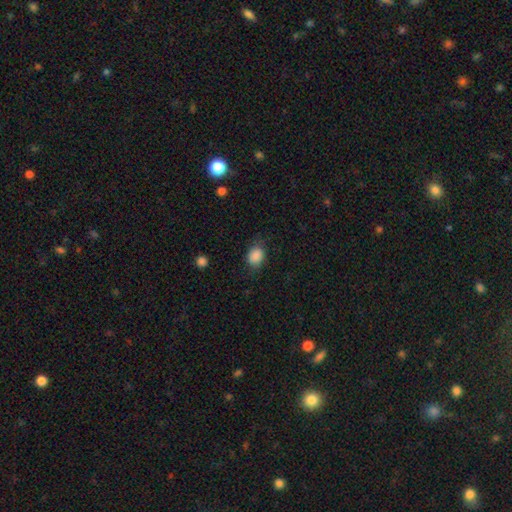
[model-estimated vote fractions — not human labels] Morphology: type=smooth (87%); roundness=in between (60%); merging=none (73%).